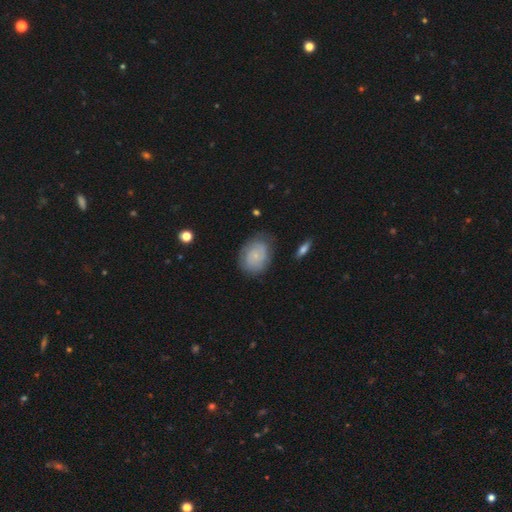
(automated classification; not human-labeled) Q: Smooth or featured?
A: smooth (55%); runner-up: featured or disk (37%)
Q: How rounded?
A: in between (59%); runner-up: round (39%)
Q: Merging?
A: none (72%); runner-up: minor disturbance (20%)